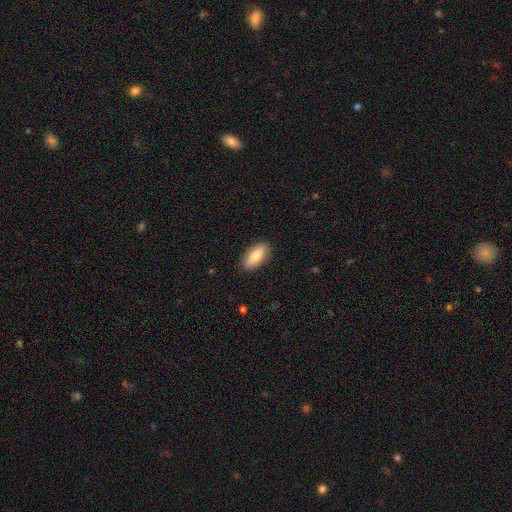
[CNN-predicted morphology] type=smooth (78%); roundness=in between (85%); merging=none (88%).